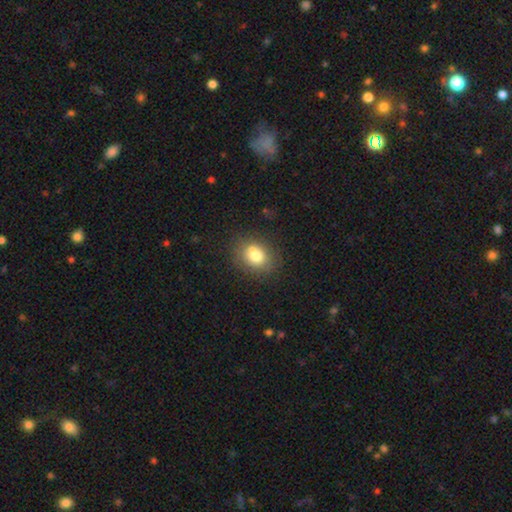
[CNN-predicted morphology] Smooth or featured? smooth (75%)
How rounded? round (52%)
Merging? none (69%)